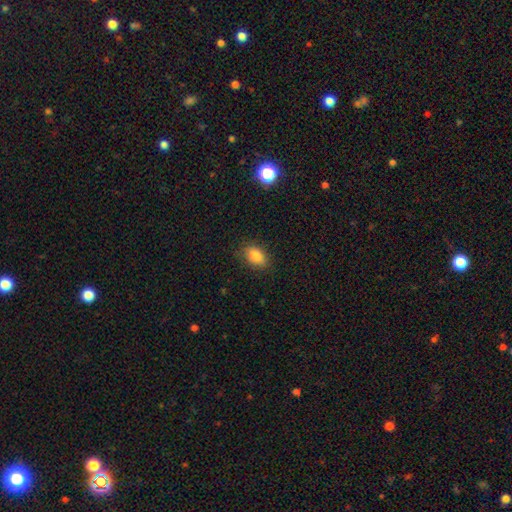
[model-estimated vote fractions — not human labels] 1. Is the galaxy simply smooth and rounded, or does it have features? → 84% smooth, 9% star or artifact, 7% featured or disk.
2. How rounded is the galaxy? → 86% in between, 11% round, 3% cigar-shaped.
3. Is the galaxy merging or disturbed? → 83% none, 13% minor disturbance, 3% major disturbance, 1% merger.